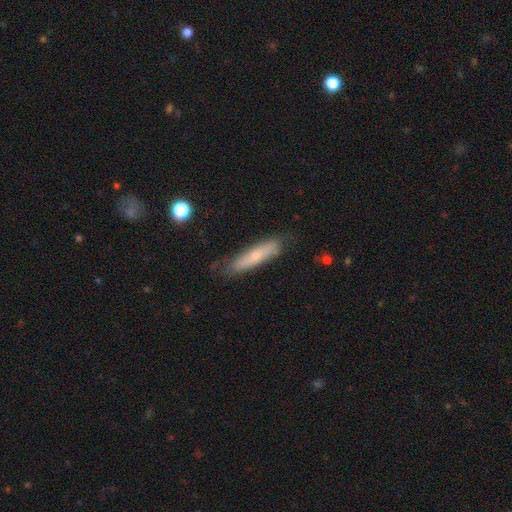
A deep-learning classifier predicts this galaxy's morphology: Q: Smooth or featured?
A: smooth (59%); runner-up: featured or disk (35%)
Q: How rounded?
A: cigar-shaped (82%); runner-up: in between (17%)
Q: Merging?
A: none (75%); runner-up: minor disturbance (19%)